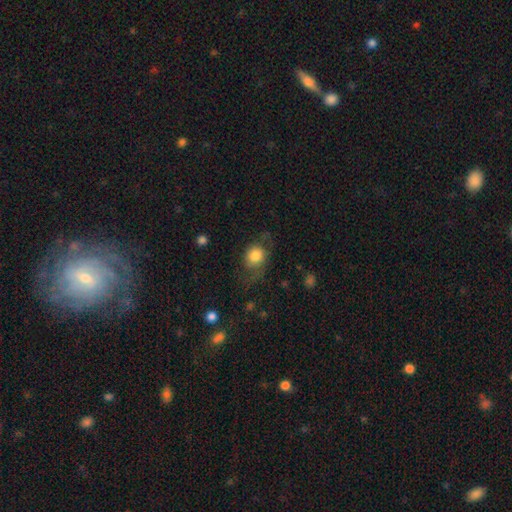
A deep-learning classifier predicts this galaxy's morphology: This is likely a smooth galaxy (75%). How rounded: likely round (61%). Merging: possibly none (52%).